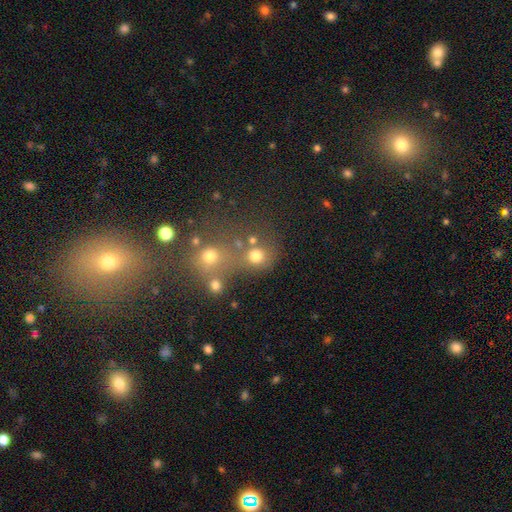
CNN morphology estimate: This appears to be a smooth galaxy with no disk features (73%) that is round (84%). Merging: none (53%).